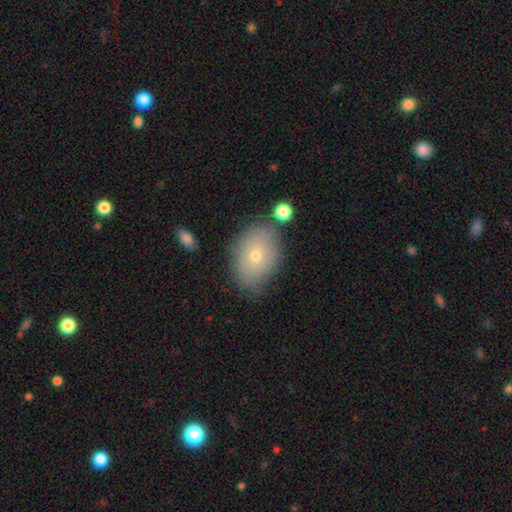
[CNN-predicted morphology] Smooth or featured: smooth — 62% (featured or disk — 28%)
How rounded: in between — 76% (round — 23%)
Merging: none — 71% (minor disturbance — 20%)